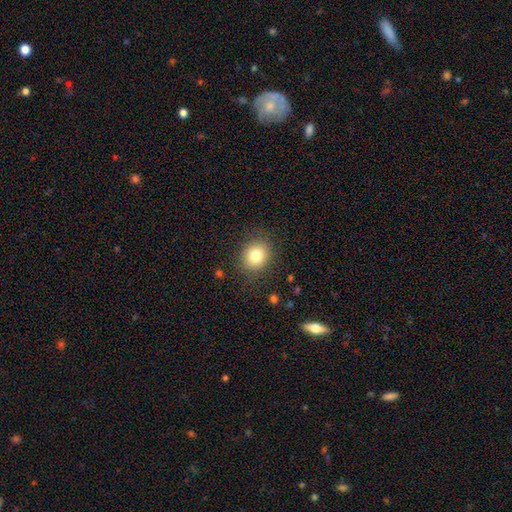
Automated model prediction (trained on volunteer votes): Overall: smooth (81%). How rounded: round (73%). Merging: none (85%).